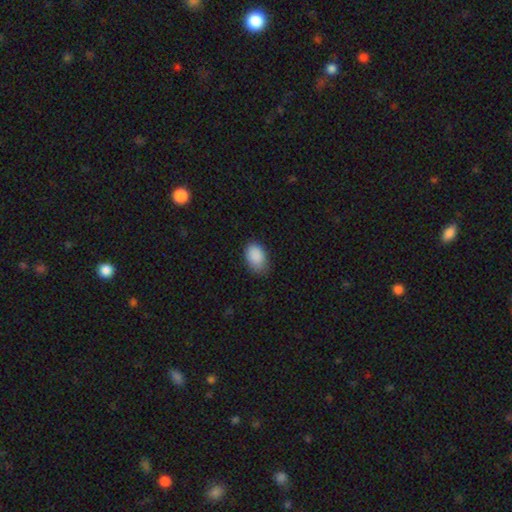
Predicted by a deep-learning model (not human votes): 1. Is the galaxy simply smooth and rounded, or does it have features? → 89% smooth, 8% star or artifact, 3% featured or disk.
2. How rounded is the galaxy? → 85% in between, 14% round, 1% cigar-shaped.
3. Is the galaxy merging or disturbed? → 71% none, 24% minor disturbance, 4% major disturbance, 1% merger.